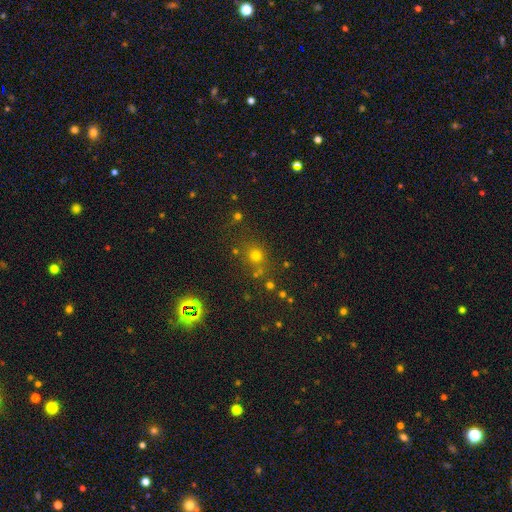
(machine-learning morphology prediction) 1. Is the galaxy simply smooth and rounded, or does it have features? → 66% smooth, 25% star or artifact, 8% featured or disk.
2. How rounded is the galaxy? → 86% round, 12% in between, 1% cigar-shaped.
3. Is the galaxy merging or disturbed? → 75% none, 11% minor disturbance, 9% merger, 5% major disturbance.